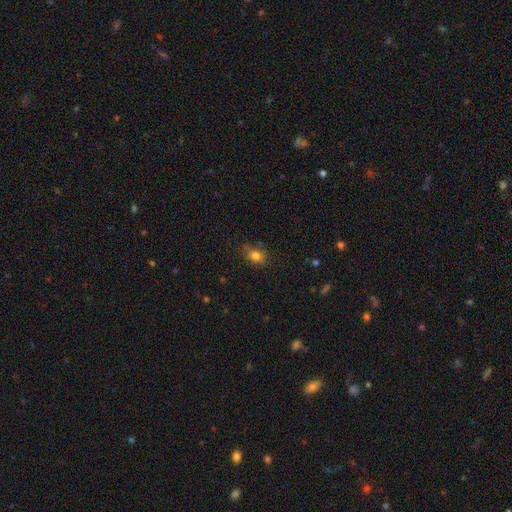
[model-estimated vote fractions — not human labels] smooth 80%, star or artifact 12%, featured or disk 8%. Down the decision tree: how rounded — in between (58%); merging — none (74%).